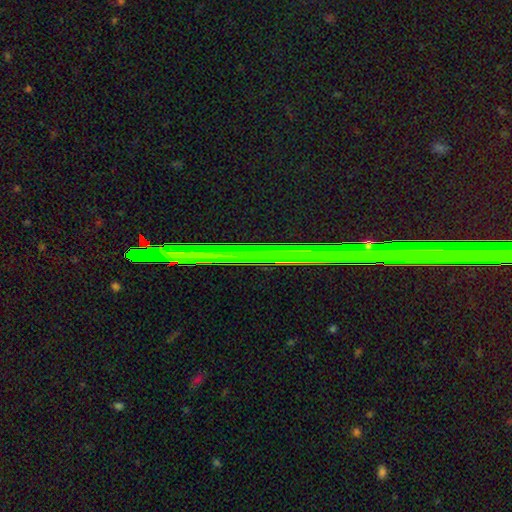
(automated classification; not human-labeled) The model was most divided on "smooth or featured": star or artifact: 66%, featured or disk: 23%, smooth: 11%.